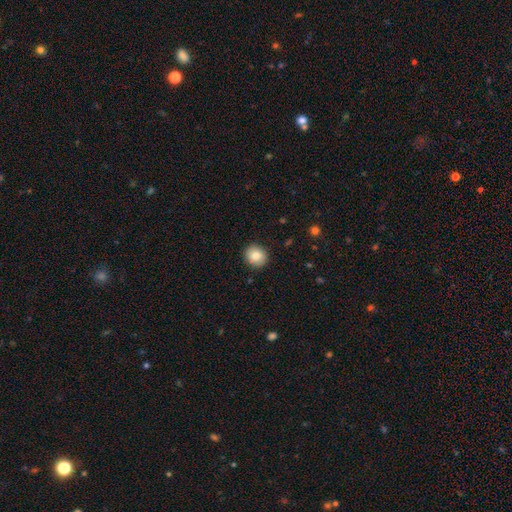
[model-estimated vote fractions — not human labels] Smooth or featured: smooth — 82% (featured or disk — 10%)
How rounded: round — 87% (in between — 12%)
Merging: none — 90% (minor disturbance — 7%)